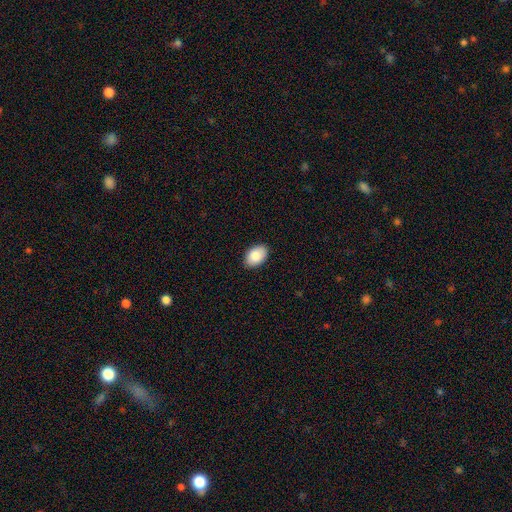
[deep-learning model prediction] The model was most divided on "smooth or featured": smooth: 85%, featured or disk: 9%, star or artifact: 7%. More confident: merging — none (89%); how rounded — in between (88%).